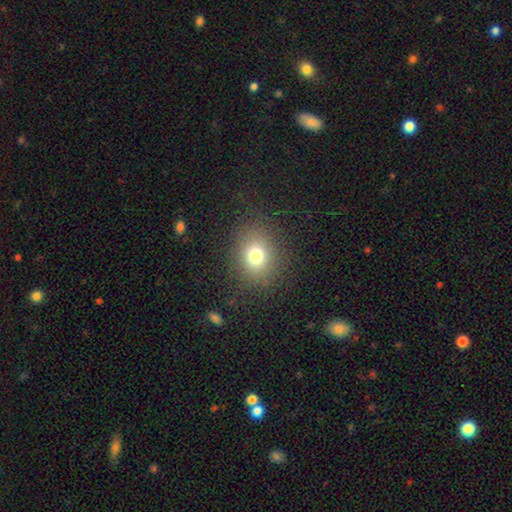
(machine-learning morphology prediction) A smooth galaxy with no disk features (75%) that is round (61%). Merging: none (85%).